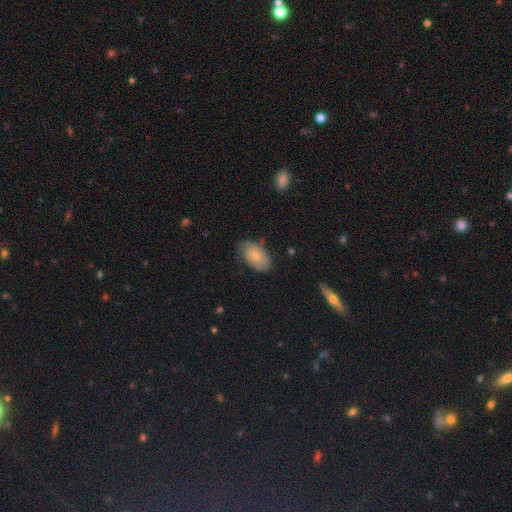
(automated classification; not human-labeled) Q: Smooth or featured?
A: smooth (72%); runner-up: featured or disk (21%)
Q: How rounded?
A: in between (93%); runner-up: round (5%)
Q: Merging?
A: none (62%); runner-up: minor disturbance (29%)